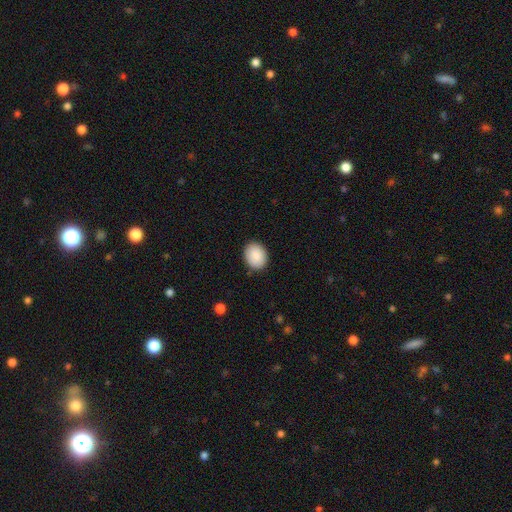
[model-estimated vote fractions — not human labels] This appears to be a smooth galaxy with no disk features (89%) that is in between round and cigar-shaped (55%). Merging: none (89%).